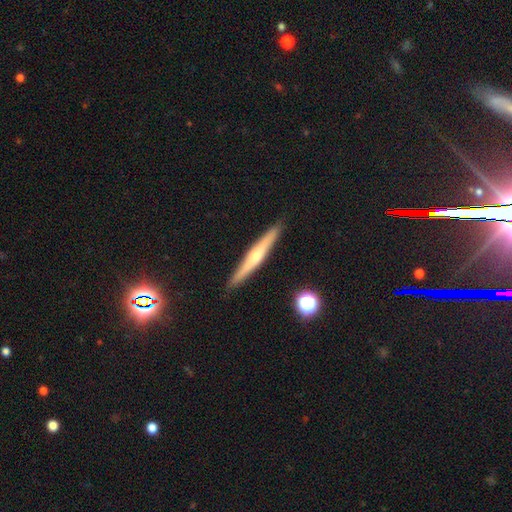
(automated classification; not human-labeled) Smooth or featured? Predicted: featured or disk (p=0.60). Edge-on disk? Predicted: yes (p=0.97). Edge-on bulge? Predicted: rounded (p=0.74). Merging? Predicted: none (p=0.91).